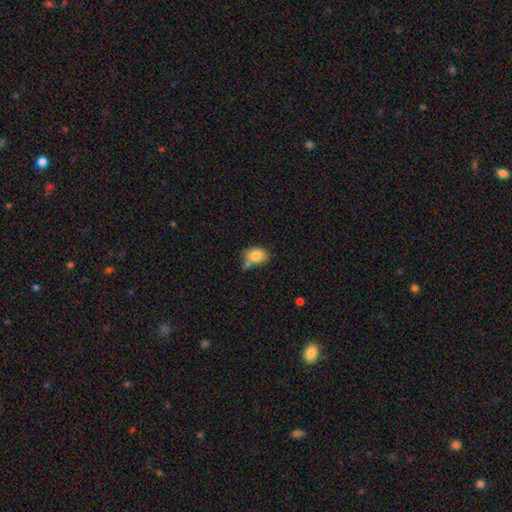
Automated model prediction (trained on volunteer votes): This appears to be a smooth galaxy with no disk features (81%) that is in between round and cigar-shaped (74%). Merging: none (54%).